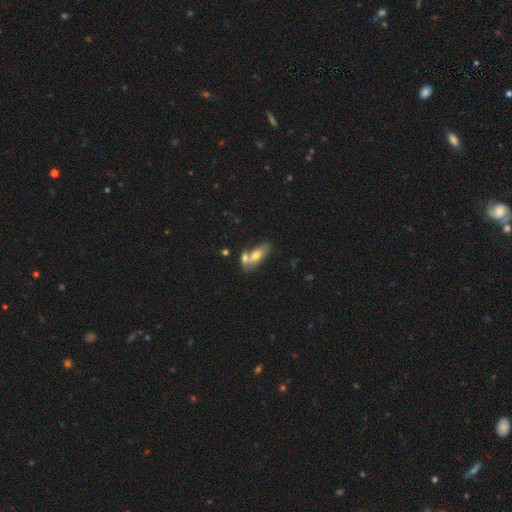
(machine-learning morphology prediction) smooth_or_featured: smooth (p=0.59) [alt: featured or disk p=0.34]
how_rounded: in between (p=0.80) [alt: cigar-shaped p=0.15]
merging: merger (p=0.47) [alt: none p=0.36]